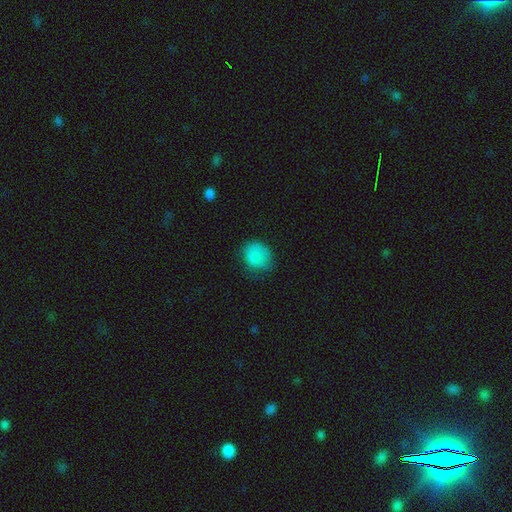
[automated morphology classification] smooth 84%, star or artifact 10%, featured or disk 6%. Down the decision tree: how rounded — round (68%); merging — none (61%).